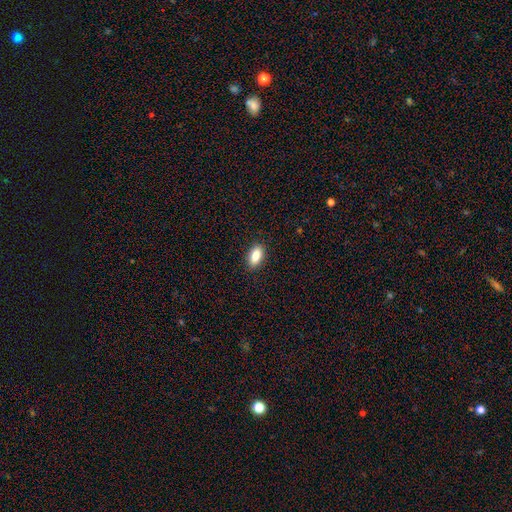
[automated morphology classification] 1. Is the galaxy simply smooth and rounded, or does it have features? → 86% smooth, 7% star or artifact, 7% featured or disk.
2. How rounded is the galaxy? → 91% in between, 5% cigar-shaped, 4% round.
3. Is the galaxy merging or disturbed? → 89% none, 8% minor disturbance, 2% major disturbance, 1% merger.